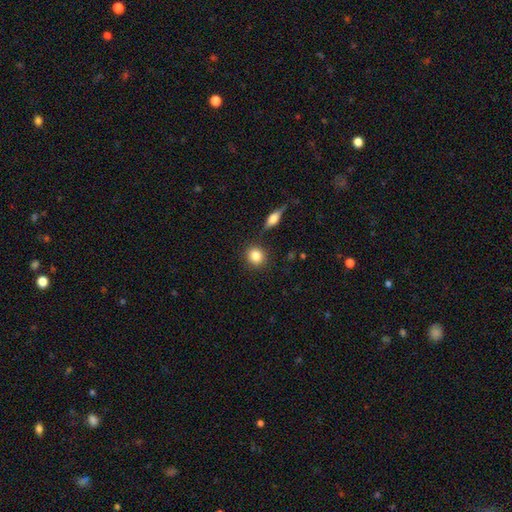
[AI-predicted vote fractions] Q: Smooth or featured?
A: smooth (85%); runner-up: star or artifact (8%)
Q: How rounded?
A: round (84%); runner-up: in between (14%)
Q: Merging?
A: none (86%); runner-up: minor disturbance (7%)